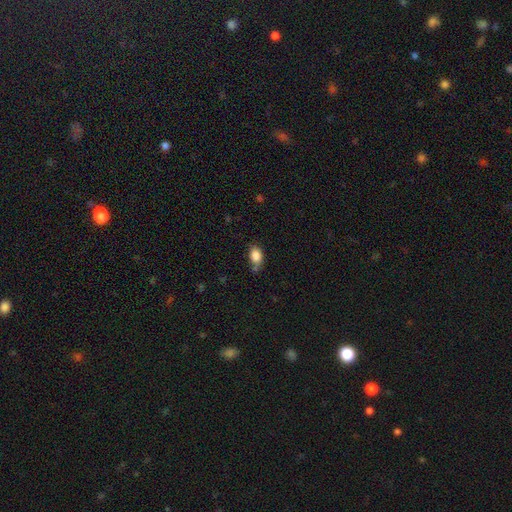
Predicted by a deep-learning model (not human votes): The model was most divided on "merging": none: 54%, minor disturbance: 30%, merger: 9%, major disturbance: 7%. More confident: smooth or featured — smooth (86%); how rounded — in between (80%).